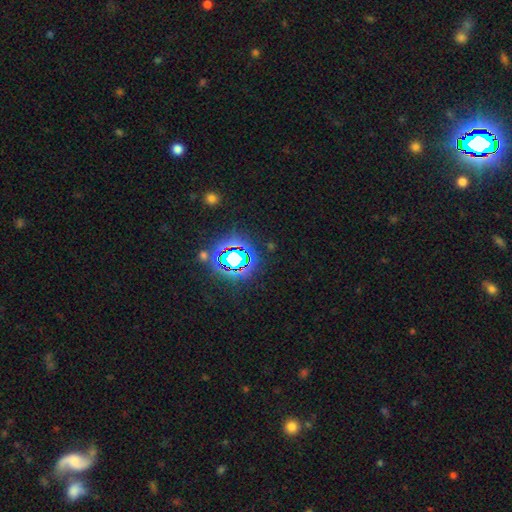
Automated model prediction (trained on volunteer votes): A star or artifact, not a galaxy (81%).